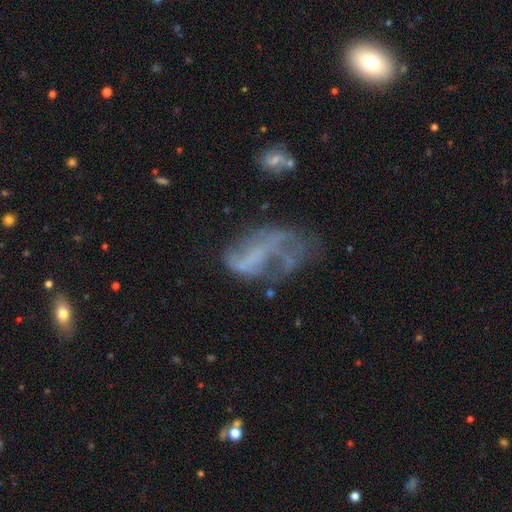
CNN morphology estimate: Smooth or featured?
  - featured or disk: 65% *
  - smooth: 21%
  - star or artifact: 14%
Edge-on disk?
  - no: 97% *
  - yes: 3%
Bar?
  - no: 64% *
  - weak: 24%
  - strong: 11%
Spiral arms?
  - no: 51% *
  - yes: 49%
Bulge size?
  - none: 76% *
  - small: 14%
  - moderate: 7%
  - large: 2%
  - dominant: 1%
Merging?
  - major disturbance: 39% *
  - none: 32%
  - minor disturbance: 21%
  - merger: 8%